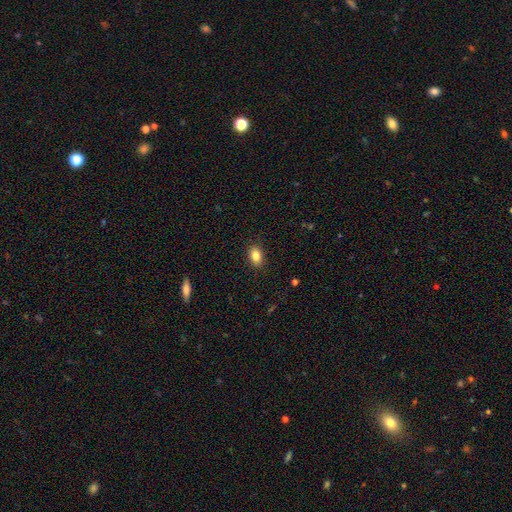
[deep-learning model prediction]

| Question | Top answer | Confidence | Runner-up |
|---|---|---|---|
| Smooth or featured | smooth | 85% | star or artifact (9%) |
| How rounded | in between | 84% | round (14%) |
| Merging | none | 88% | minor disturbance (8%) |